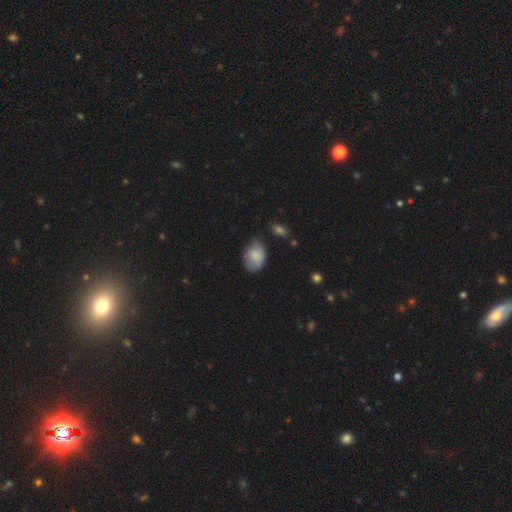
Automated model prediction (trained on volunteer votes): Smooth or featured? Predicted: smooth (p=0.78). How rounded? Predicted: in between (p=0.83). Merging? Predicted: none (p=0.61).